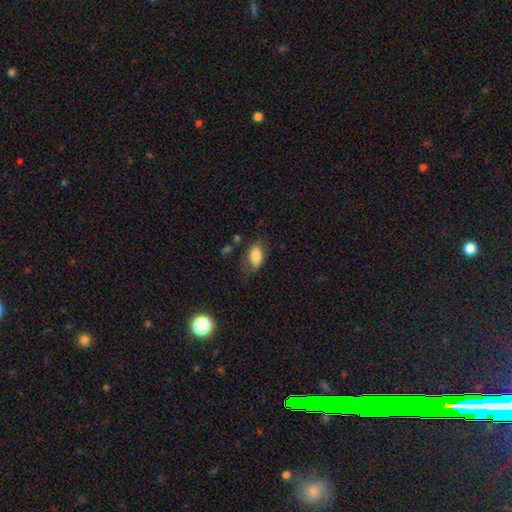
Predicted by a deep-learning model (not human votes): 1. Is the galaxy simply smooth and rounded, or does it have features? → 82% smooth, 11% featured or disk, 8% star or artifact.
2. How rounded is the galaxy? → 90% in between, 7% round, 3% cigar-shaped.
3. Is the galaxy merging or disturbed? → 63% none, 24% minor disturbance, 10% major disturbance, 3% merger.